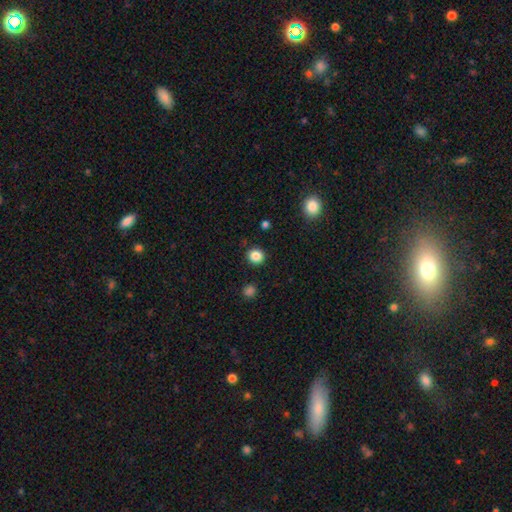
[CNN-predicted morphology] type=smooth (86%); roundness=round (89%); merging=none (90%).